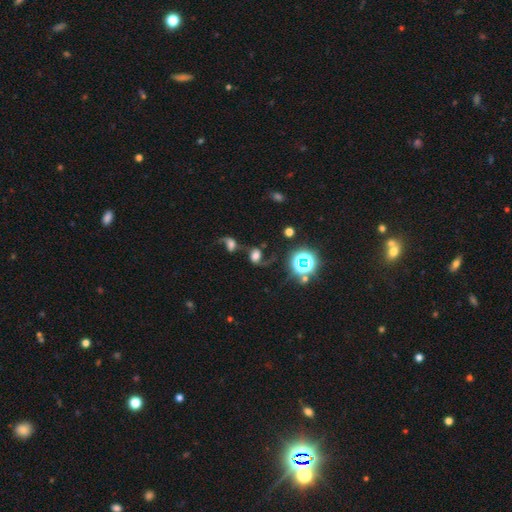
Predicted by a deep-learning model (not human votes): Morphology: type=featured or disk (39%); merging=merger (35%).